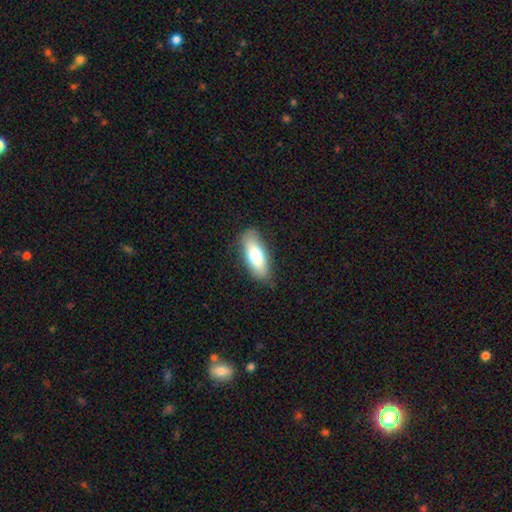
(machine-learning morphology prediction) A smooth galaxy with no disk features (72%) that is in between round and cigar-shaped (78%).

Vote fractions:
- Smooth or featured? smooth: 72% / featured or disk: 21% / star or artifact: 6%
- How rounded? in between: 78% / cigar-shaped: 20% / round: 3%
- Merging? none: 83% / minor disturbance: 13% / major disturbance: 3% / merger: 1%